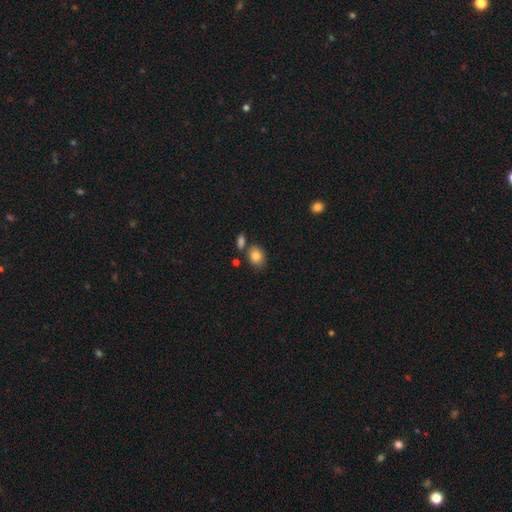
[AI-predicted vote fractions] Overall: smooth (83%). How rounded: in between (59%; round 39%). Merging: none (64%).